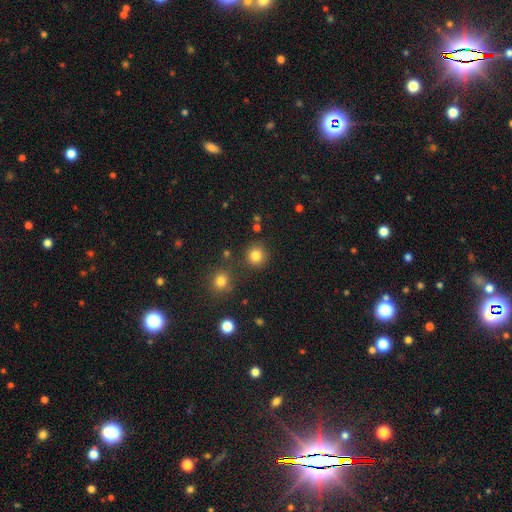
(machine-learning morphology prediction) Smooth or featured?
  - smooth: 82% *
  - star or artifact: 13%
  - featured or disk: 5%
How rounded?
  - round: 93% *
  - in between: 6%
  - cigar-shaped: 1%
Merging?
  - none: 87% *
  - minor disturbance: 7%
  - merger: 4%
  - major disturbance: 3%